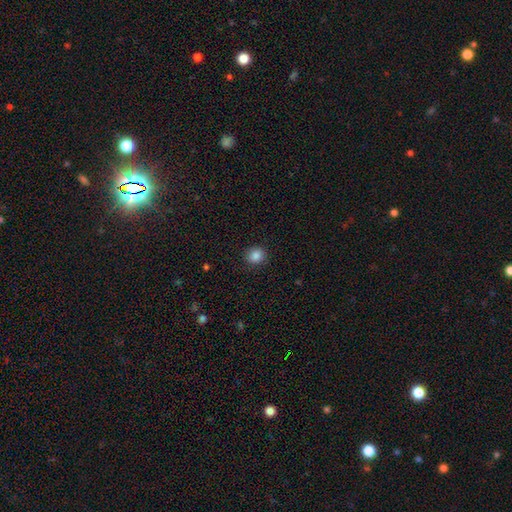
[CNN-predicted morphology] The model was most divided on "how rounded": round: 84%, in between: 15%, cigar-shaped: 1%. More confident: merging — none (90%); smooth or featured — smooth (85%).